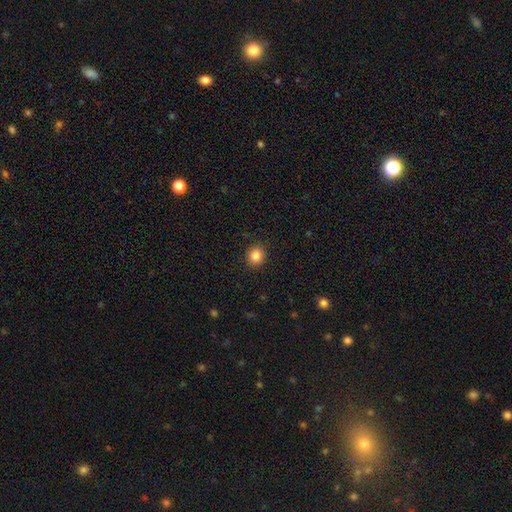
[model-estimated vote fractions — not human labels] Smooth or featured?
  - smooth: 85% *
  - star or artifact: 10%
  - featured or disk: 5%
How rounded?
  - round: 80% *
  - in between: 19%
  - cigar-shaped: 1%
Merging?
  - none: 91% *
  - minor disturbance: 6%
  - major disturbance: 2%
  - merger: 1%